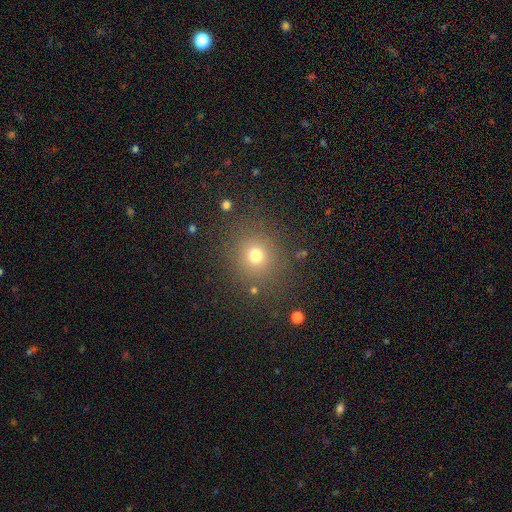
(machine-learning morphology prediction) Overall: smooth (72%). How rounded: round (85%). Merging: none (84%).